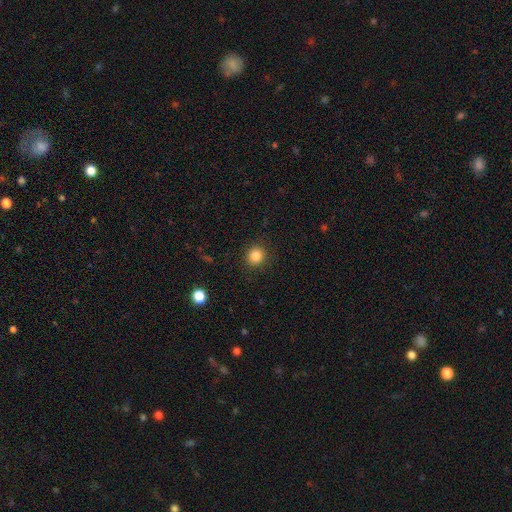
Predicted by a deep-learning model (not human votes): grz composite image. It shows a smooth galaxy with no disk features (85%) that is round (90%). Merging: none (90%).